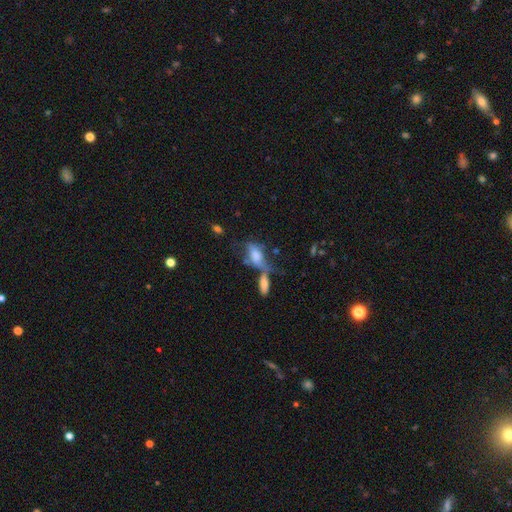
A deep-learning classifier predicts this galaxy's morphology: Smooth or featured? Predicted: smooth (p=0.58). How rounded? Predicted: in between (p=0.78). Merging? Predicted: merger (p=0.36).